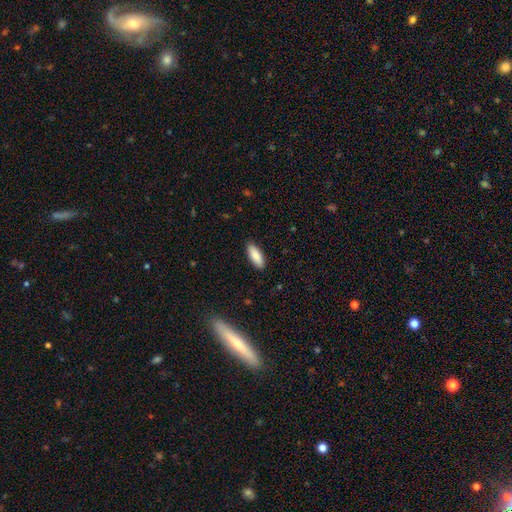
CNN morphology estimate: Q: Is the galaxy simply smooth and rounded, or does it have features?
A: smooth — 87%.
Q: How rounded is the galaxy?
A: in between — 74%.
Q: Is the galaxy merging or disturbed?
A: none — 89%.